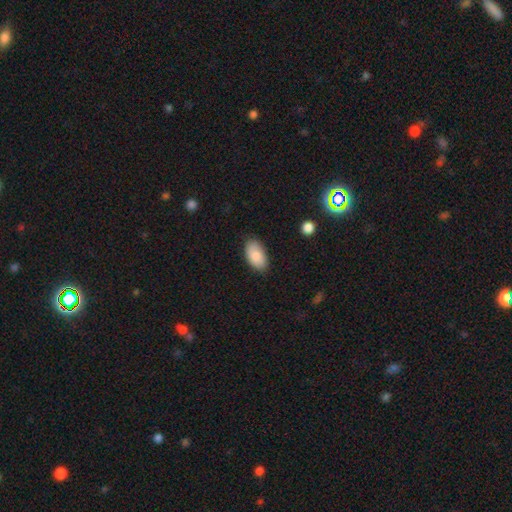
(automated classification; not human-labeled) Smooth or featured?
  - smooth: 84% *
  - featured or disk: 9%
  - star or artifact: 6%
How rounded?
  - in between: 95% *
  - round: 4%
  - cigar-shaped: 2%
Merging?
  - none: 83% *
  - minor disturbance: 13%
  - major disturbance: 2%
  - merger: 1%